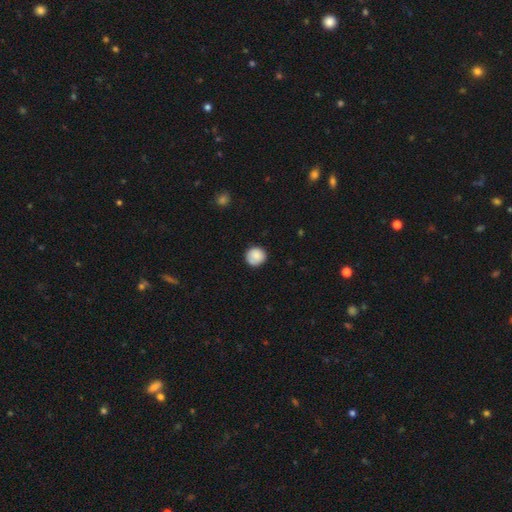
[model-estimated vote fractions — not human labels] A smooth galaxy with no disk features (86%) that is round (93%).

Vote fractions:
- Smooth or featured? smooth: 86% / star or artifact: 8% / featured or disk: 6%
- How rounded? round: 93% / in between: 6% / cigar-shaped: 1%
- Merging? none: 86% / minor disturbance: 11% / major disturbance: 2% / merger: 1%